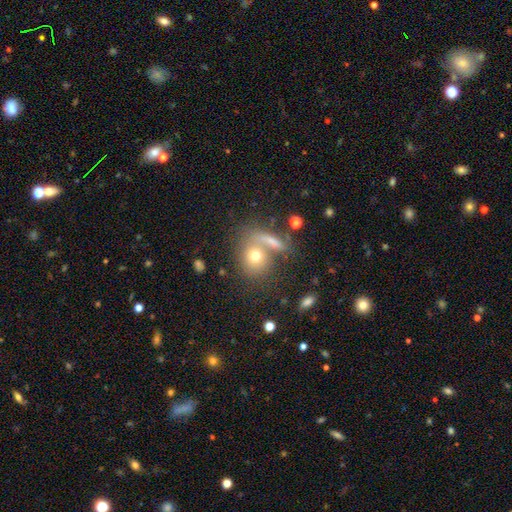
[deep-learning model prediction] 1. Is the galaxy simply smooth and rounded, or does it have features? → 64% smooth, 21% featured or disk, 14% star or artifact.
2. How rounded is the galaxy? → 66% round, 30% in between, 4% cigar-shaped.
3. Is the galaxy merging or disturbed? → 51% none, 32% merger, 10% minor disturbance, 6% major disturbance.